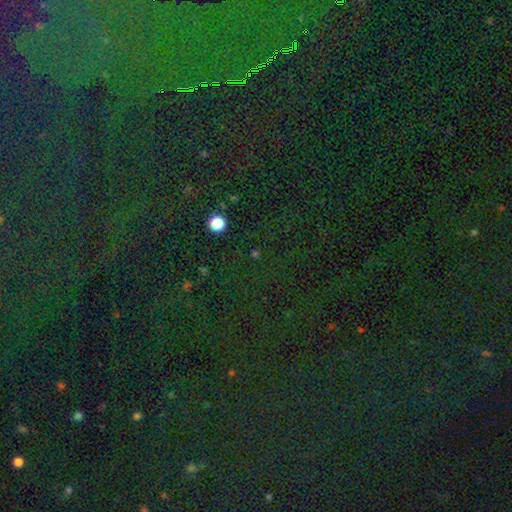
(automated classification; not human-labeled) This appears to be a star or artifact, not a galaxy (83%).